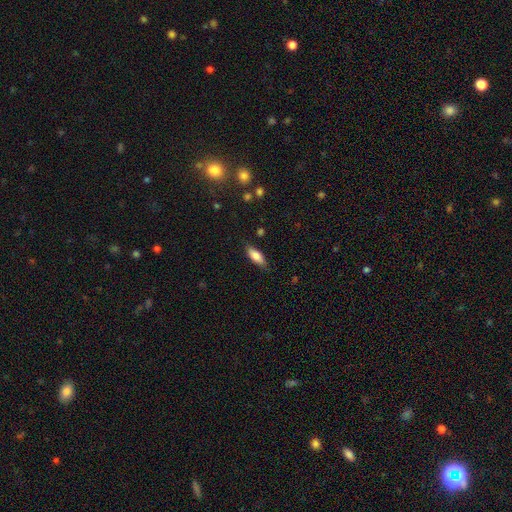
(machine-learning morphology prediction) Overall: smooth (78%). How rounded: in between (70%). Merging: none (81%).